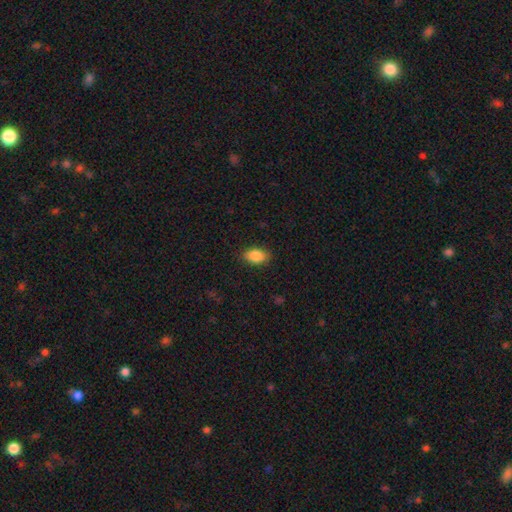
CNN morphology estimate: Smooth or featured? Predicted: smooth (p=0.87). How rounded? Predicted: in between (p=0.89). Merging? Predicted: none (p=0.86).